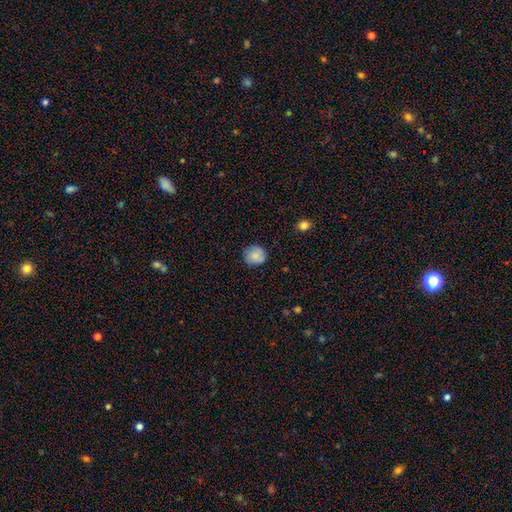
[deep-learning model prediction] This is clearly a smooth galaxy (82%). How rounded: clearly round (86%). Merging: clearly none (83%).